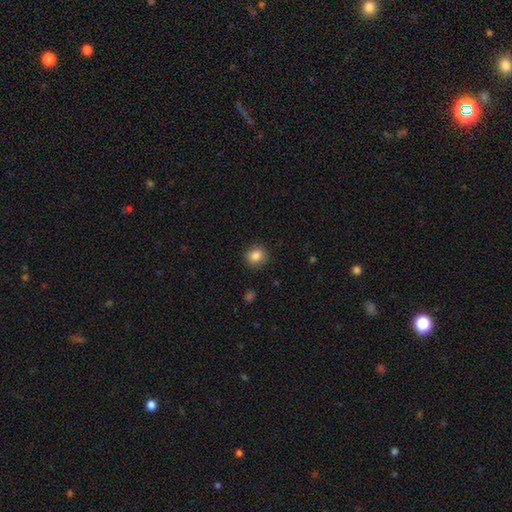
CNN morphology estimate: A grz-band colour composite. It shows a smooth galaxy with no disk features (85%) that is round (80%). Merging: none (89%).